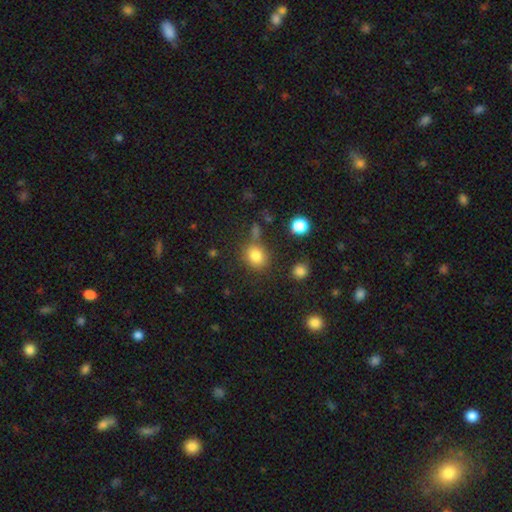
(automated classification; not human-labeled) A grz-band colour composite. It shows a smooth galaxy with no disk features (81%) that is round (69%). Merging: none (70%).